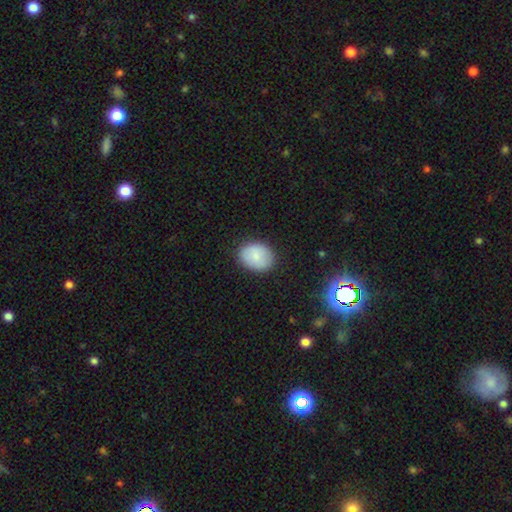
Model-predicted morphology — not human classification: type=smooth (81%); roundness=in between (56%); merging=none (83%).